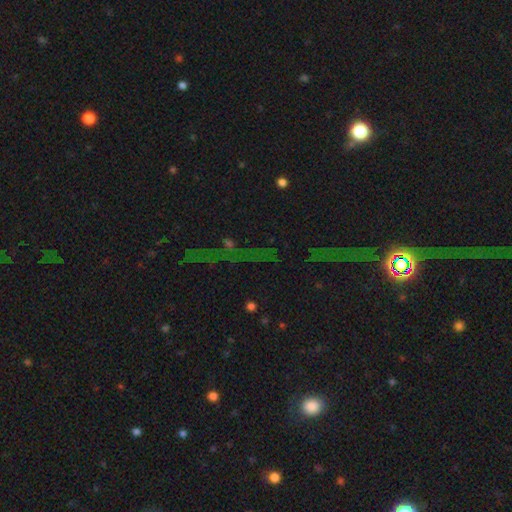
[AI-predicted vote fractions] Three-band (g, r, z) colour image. It shows a star or artifact, not a galaxy (68%).